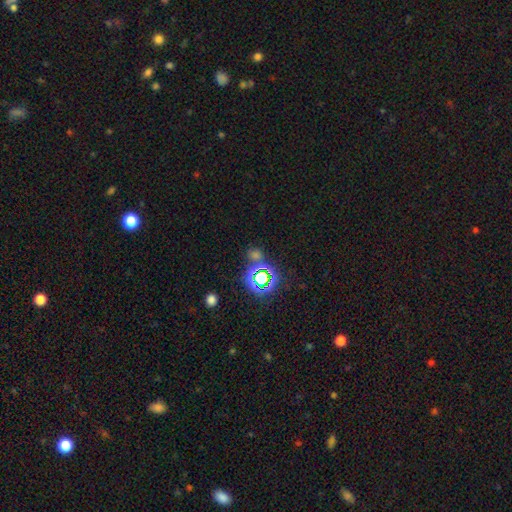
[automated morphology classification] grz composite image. It shows a star or artifact, not a galaxy (61%).